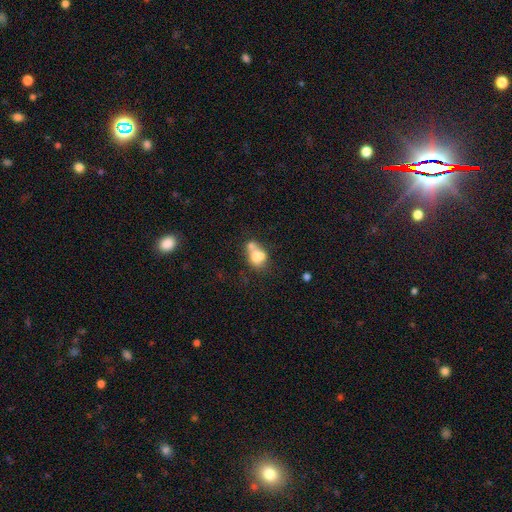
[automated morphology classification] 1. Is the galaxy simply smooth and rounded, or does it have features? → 65% smooth, 24% featured or disk, 11% star or artifact.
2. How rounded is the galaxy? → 55% in between, 43% round, 2% cigar-shaped.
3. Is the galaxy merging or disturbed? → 57% merger, 26% none, 11% minor disturbance, 7% major disturbance.